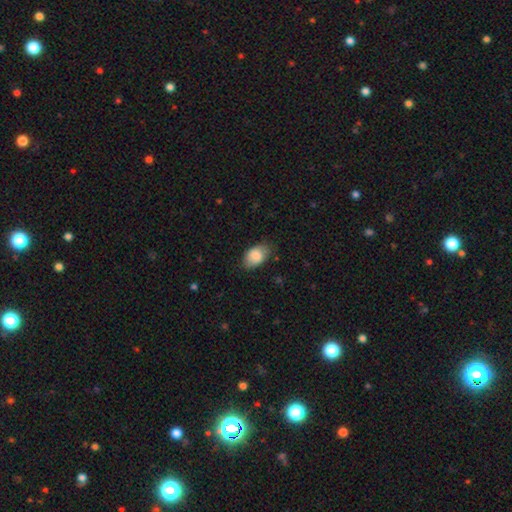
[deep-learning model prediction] A smooth galaxy with no disk features (85%) that is in between round and cigar-shaped (87%). Merging: none (72%).